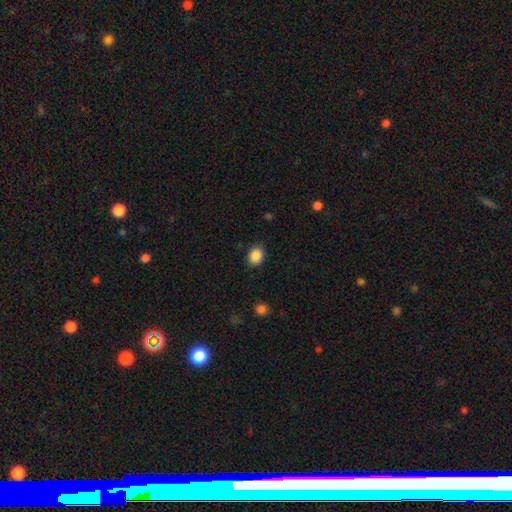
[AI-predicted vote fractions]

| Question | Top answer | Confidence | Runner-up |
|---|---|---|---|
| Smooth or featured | smooth | 88% | star or artifact (9%) |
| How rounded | round | 54% | in between (45%) |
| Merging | none | 87% | minor disturbance (9%) |